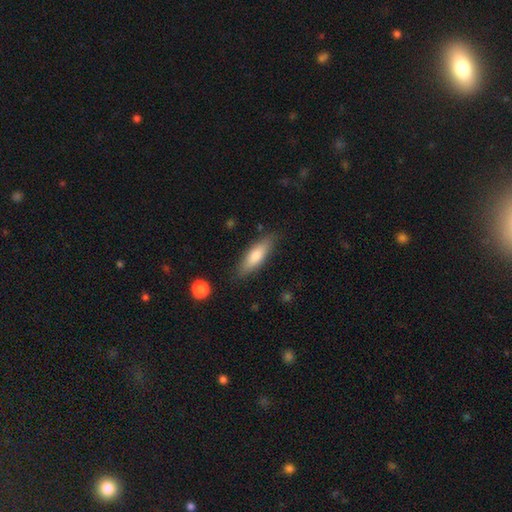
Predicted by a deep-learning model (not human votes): Q: Smooth or featured?
A: smooth (73%); runner-up: featured or disk (21%)
Q: How rounded?
A: cigar-shaped (52%); runner-up: in between (47%)
Q: Merging?
A: none (84%); runner-up: minor disturbance (12%)